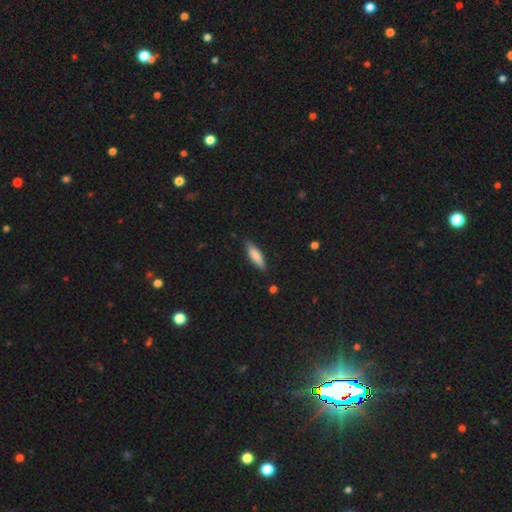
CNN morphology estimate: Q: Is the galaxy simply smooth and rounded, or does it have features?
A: smooth — 81%.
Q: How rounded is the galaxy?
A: cigar-shaped — 58%.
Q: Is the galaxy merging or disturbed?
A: none — 85%.